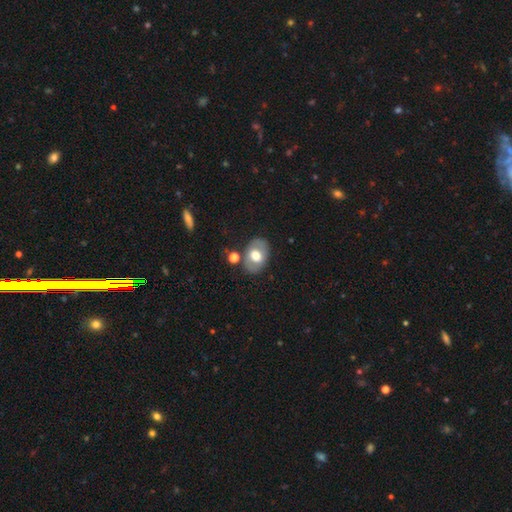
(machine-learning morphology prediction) Q: Smooth or featured?
A: smooth (55%); runner-up: featured or disk (38%)
Q: How rounded?
A: in between (76%); runner-up: round (23%)
Q: Merging?
A: none (77%); runner-up: minor disturbance (13%)